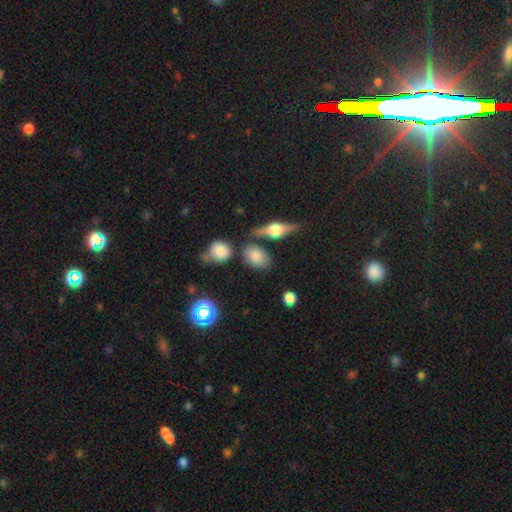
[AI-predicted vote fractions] Morphology: type=smooth (73%); roundness=in between (73%); merging=none (70%).